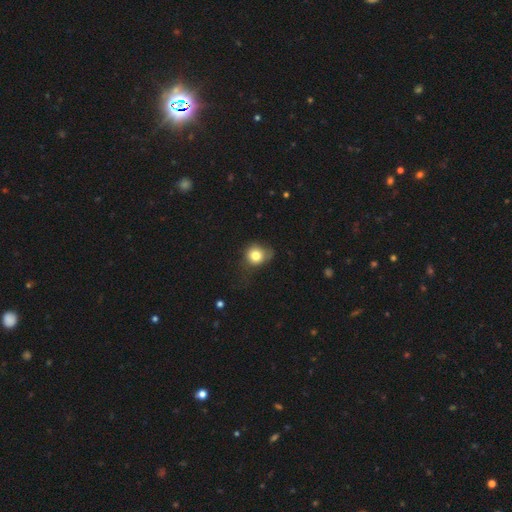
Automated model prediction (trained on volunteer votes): Smooth or featured? Predicted: smooth (p=0.77). How rounded? Predicted: round (p=0.78). Merging? Predicted: none (p=0.45).